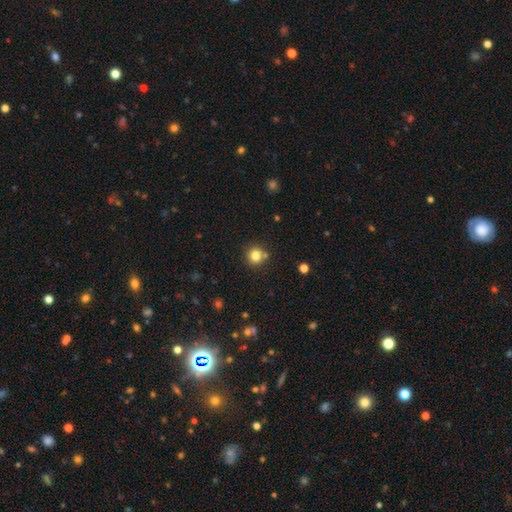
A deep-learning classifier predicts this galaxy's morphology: Smooth or featured?
  - smooth: 81% *
  - star or artifact: 12%
  - featured or disk: 6%
How rounded?
  - round: 92% *
  - in between: 7%
  - cigar-shaped: 1%
Merging?
  - none: 76% *
  - merger: 13%
  - minor disturbance: 8%
  - major disturbance: 3%